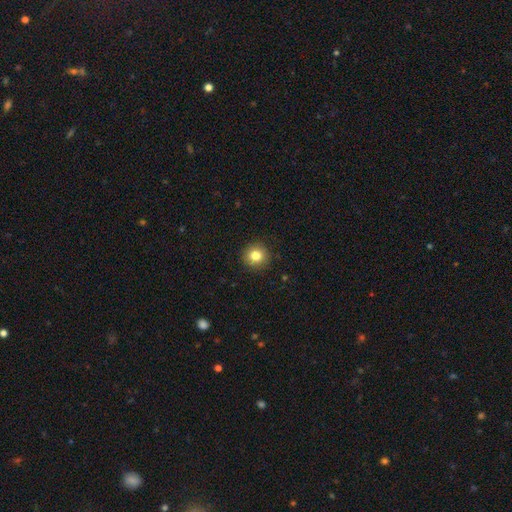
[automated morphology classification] A smooth galaxy with no disk features (82%) that is round (93%).

Vote fractions:
- Smooth or featured? smooth: 82% / star or artifact: 11% / featured or disk: 7%
- How rounded? round: 93% / in between: 6% / cigar-shaped: 1%
- Merging? none: 91% / minor disturbance: 6% / major disturbance: 2% / merger: 1%